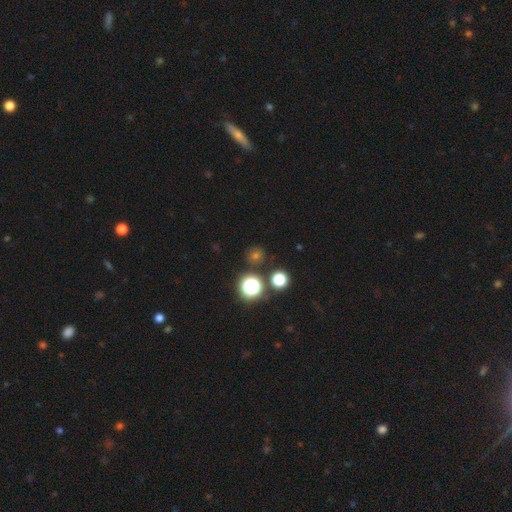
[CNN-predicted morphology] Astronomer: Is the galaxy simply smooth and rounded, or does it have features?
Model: smooth — 53% (runner-up: star or artifact, 39%).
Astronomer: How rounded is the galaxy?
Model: round — 89%.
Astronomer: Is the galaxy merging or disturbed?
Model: none — 83%.